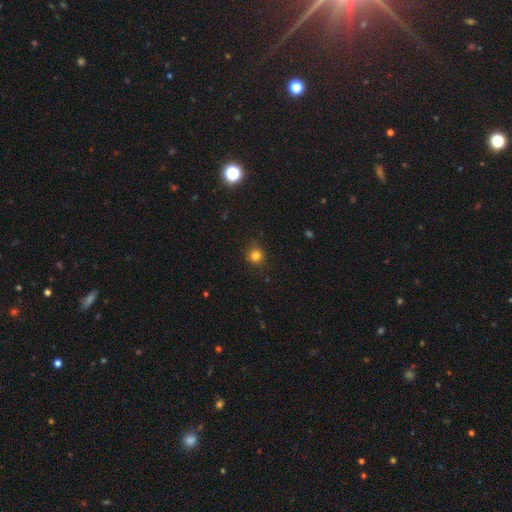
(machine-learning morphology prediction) smooth-or-featured: smooth: 81% | star or artifact: 14% | featured or disk: 5%
  how-rounded: round: 91% | in between: 8% | cigar-shaped: 1%
  merging: none: 86% | minor disturbance: 10% | major disturbance: 3% | merger: 1%